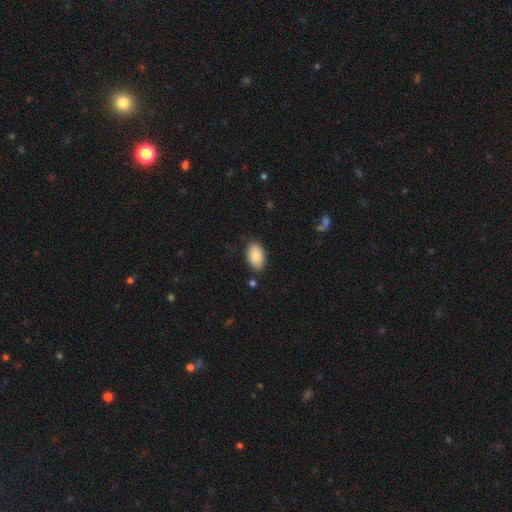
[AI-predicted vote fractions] A smooth galaxy with no disk features (88%) that is in between round and cigar-shaped (95%).

Vote fractions:
- Smooth or featured? smooth: 88% / star or artifact: 6% / featured or disk: 6%
- How rounded? in between: 95% / round: 4% / cigar-shaped: 2%
- Merging? none: 85% / minor disturbance: 11% / major disturbance: 2% / merger: 2%